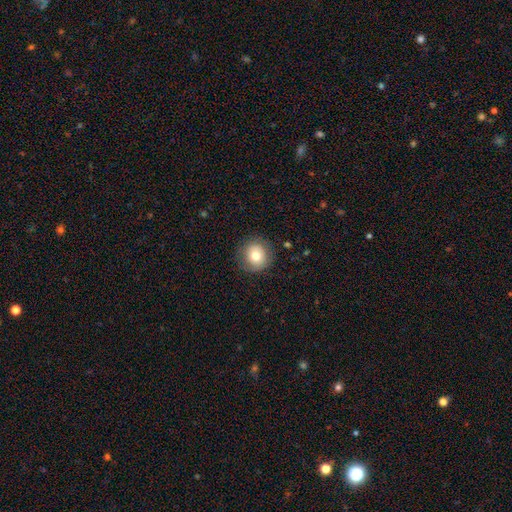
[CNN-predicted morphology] A smooth galaxy with no disk features (73%) that is round (91%). Merging: none (84%).